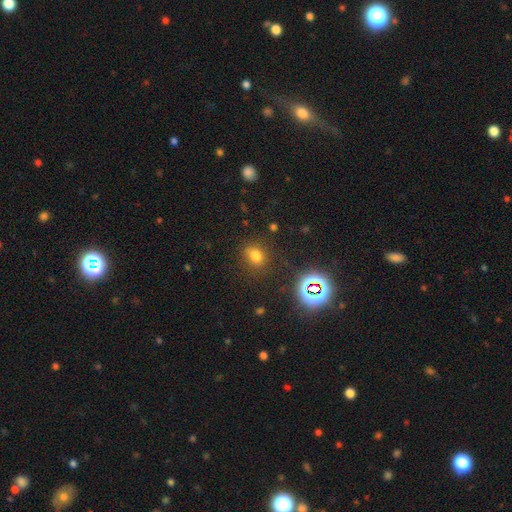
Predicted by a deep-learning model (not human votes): Morphology: type=smooth (70%); roundness=in between (50%); merging=none (78%).